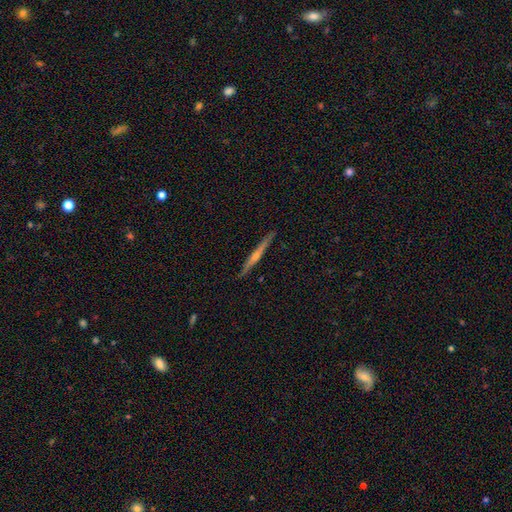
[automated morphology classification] smooth_or_featured: featured or disk (p=0.73) [alt: smooth p=0.21]
disk_edge_on: yes (p=0.98) [alt: no p=0.02]
edge_on_bulge: rounded (p=0.75) [alt: none p=0.21]
merging: none (p=0.91) [alt: minor disturbance p=0.07]